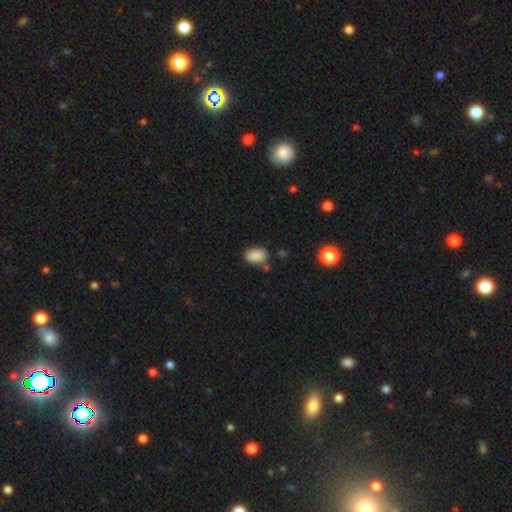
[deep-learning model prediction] smooth-or-featured: smooth: 87% | star or artifact: 9% | featured or disk: 4%
  how-rounded: in between: 87% | round: 12% | cigar-shaped: 1%
  merging: none: 71% | minor disturbance: 18% | merger: 7% | major disturbance: 4%